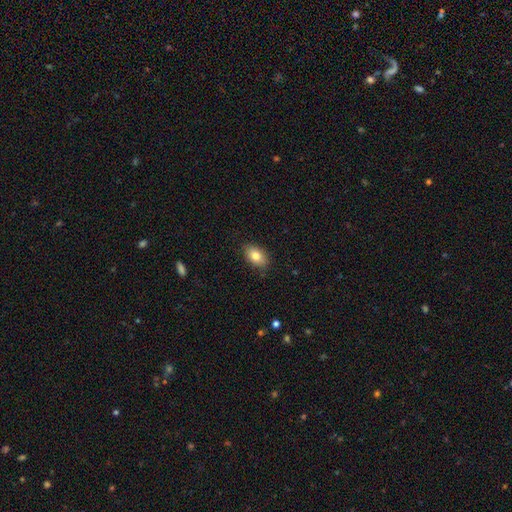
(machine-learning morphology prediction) Q: Smooth or featured?
A: smooth (81%); runner-up: featured or disk (11%)
Q: How rounded?
A: in between (89%); runner-up: round (9%)
Q: Merging?
A: none (85%); runner-up: minor disturbance (12%)